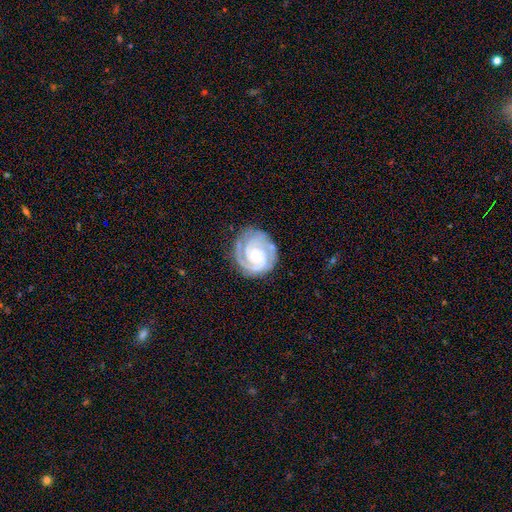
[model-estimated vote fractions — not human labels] Smooth or featured? featured or disk (89%)
Edge-on disk? no (98%)
Bar? no (70%)
Spiral arms? yes (98%)
Spiral winding? tight (77%)
Spiral arm count? 2 (50%)
Bulge size? small (57%)
Merging? none (79%)